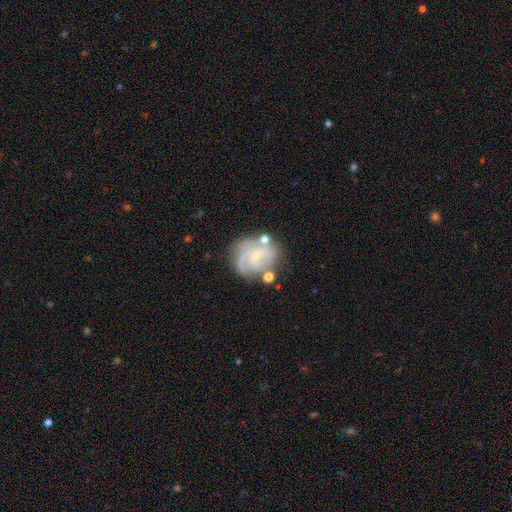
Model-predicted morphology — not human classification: Smooth or featured: featured or disk — 77% (smooth — 16%)
Edge-on disk: no — 97% (yes — 3%)
Bar: no — 67% (weak — 28%)
Spiral arms: yes — 88% (no — 12%)
Spiral winding: tight — 60% (medium — 30%)
Spiral arm count: can't tell — 35% (3 — 25%)
Bulge size: small — 77% (moderate — 15%)
Merging: none — 59% (minor disturbance — 21%)